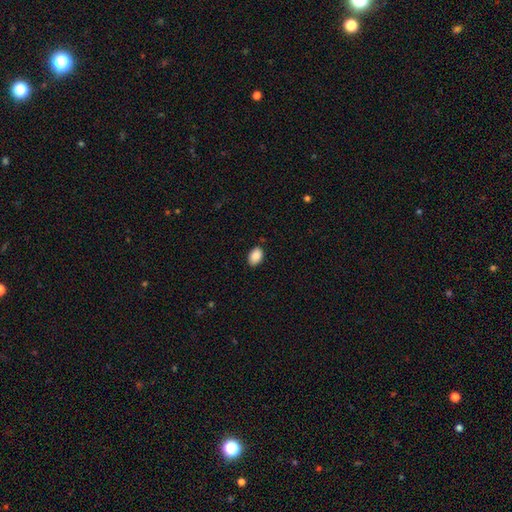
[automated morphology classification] Smooth or featured: smooth — 90% (star or artifact — 7%)
How rounded: in between — 86% (round — 12%)
Merging: none — 86% (minor disturbance — 11%)